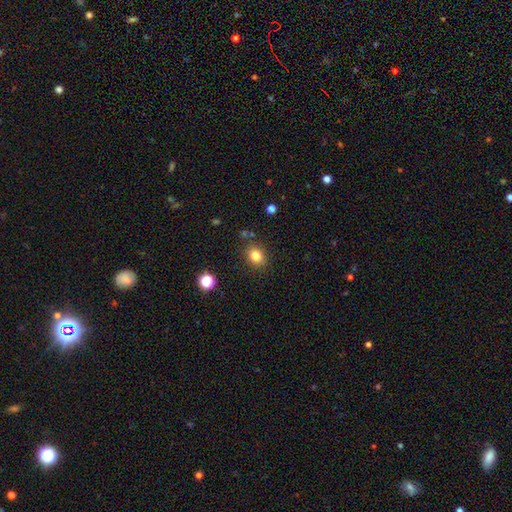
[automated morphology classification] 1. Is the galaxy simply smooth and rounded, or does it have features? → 82% smooth, 12% star or artifact, 6% featured or disk.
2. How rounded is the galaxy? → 50% round, 49% in between, 1% cigar-shaped.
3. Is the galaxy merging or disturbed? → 83% none, 10% minor disturbance, 3% merger, 3% major disturbance.